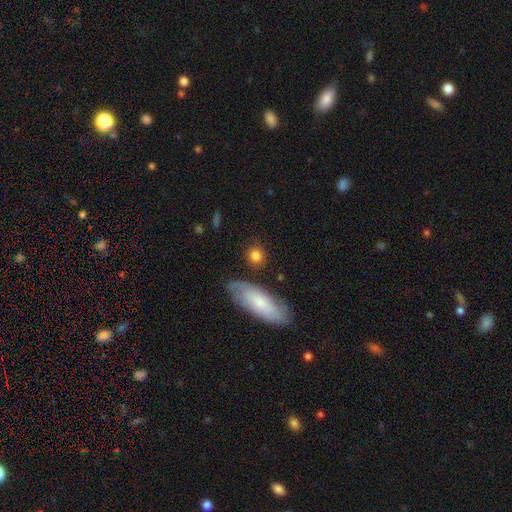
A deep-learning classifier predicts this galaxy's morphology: A smooth galaxy with no disk features (82%) that is round (79%). Merging: none (83%).